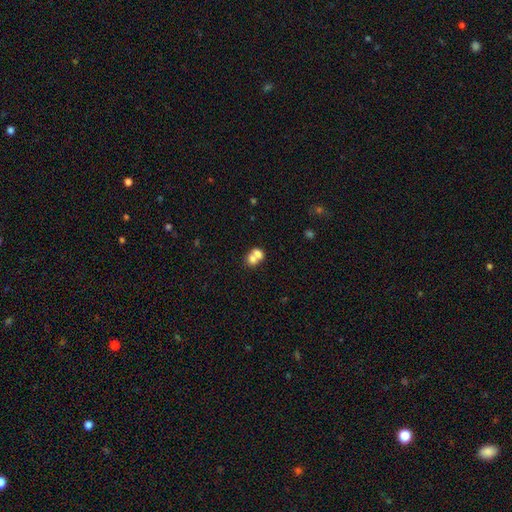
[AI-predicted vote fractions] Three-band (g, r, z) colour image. It shows a smooth galaxy with no disk features (70%) that is round (50%). Merging: merger (69%).